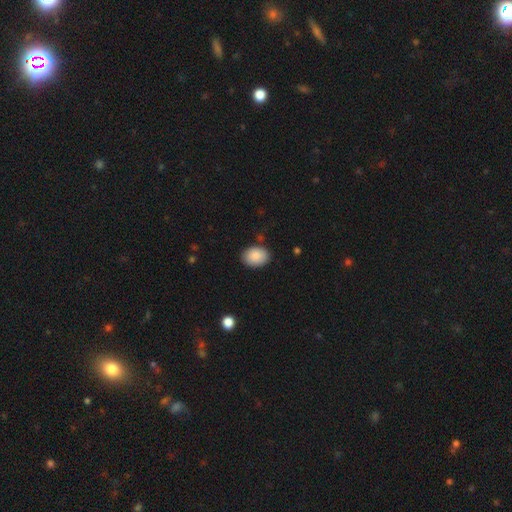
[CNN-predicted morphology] This appears to be a smooth galaxy with no disk features (89%) that is in between round and cigar-shaped (79%). Merging: none (85%).